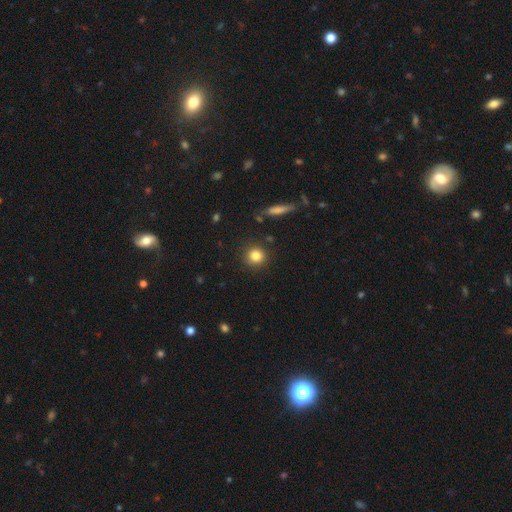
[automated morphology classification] Smooth or featured? Predicted: smooth (p=0.82). How rounded? Predicted: round (p=0.90). Merging? Predicted: none (p=0.88).